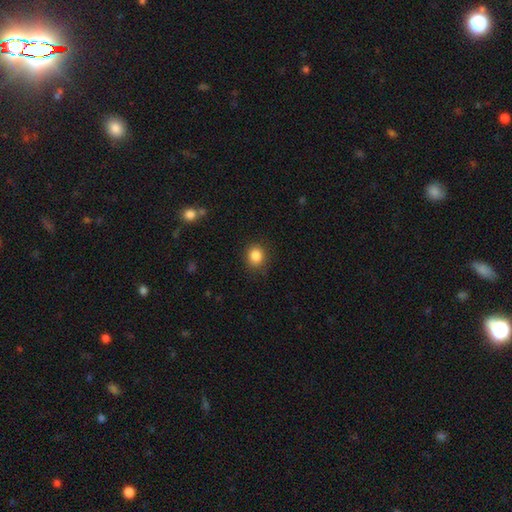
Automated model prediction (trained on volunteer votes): Smooth or featured: smooth — 85% (star or artifact — 10%)
How rounded: round — 76% (in between — 23%)
Merging: none — 86% (minor disturbance — 10%)